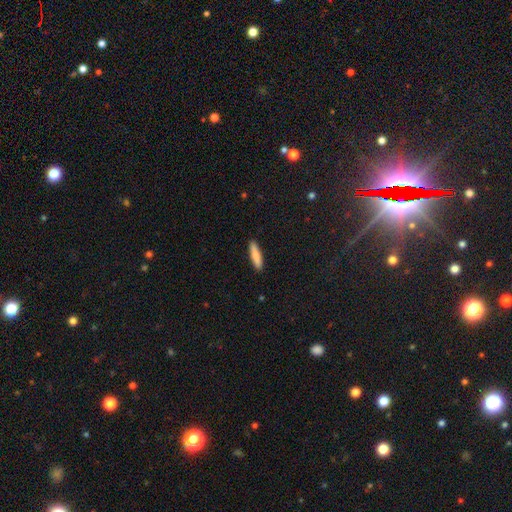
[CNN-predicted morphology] Overall: smooth (83%). How rounded: cigar-shaped (81%). Merging: none (90%).